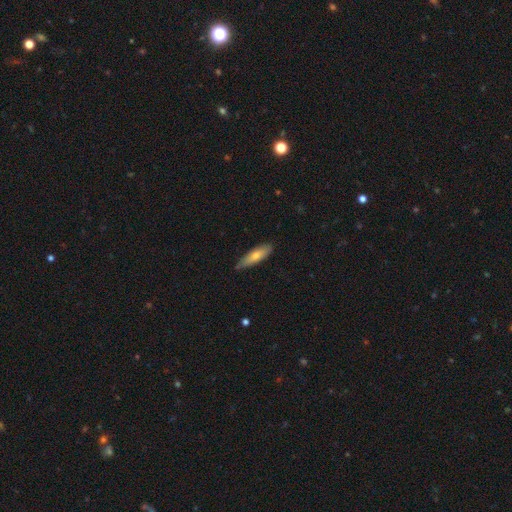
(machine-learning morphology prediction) This is likely a smooth galaxy (69%). How rounded: likely cigar-shaped (61%). Merging: likely none (74%).